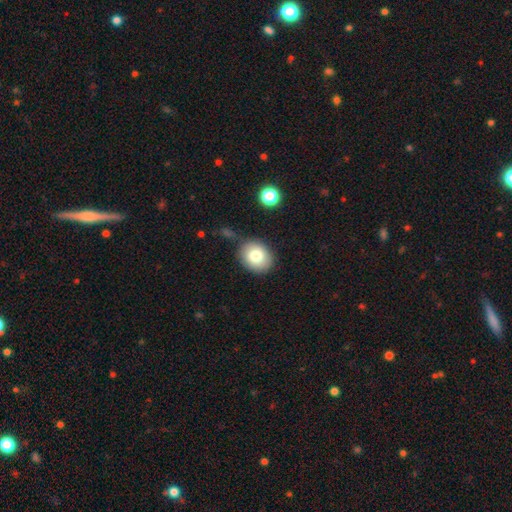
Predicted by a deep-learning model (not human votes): smooth 78%, featured or disk 12%, star or artifact 10%. Down the decision tree: how rounded — round (64%); merging — none (79%).